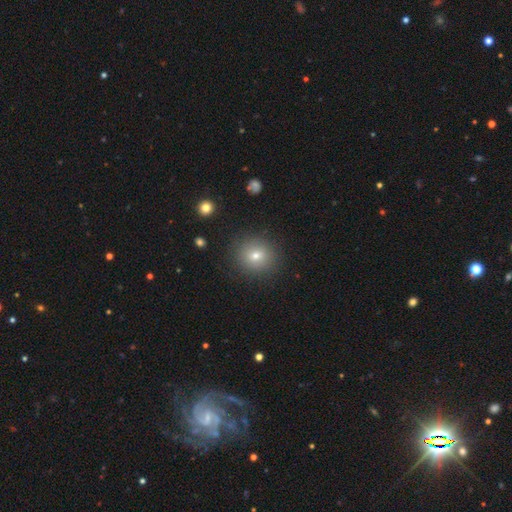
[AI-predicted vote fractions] This appears to be a smooth galaxy with no disk features (73%) that is round (84%). Merging: none (88%).